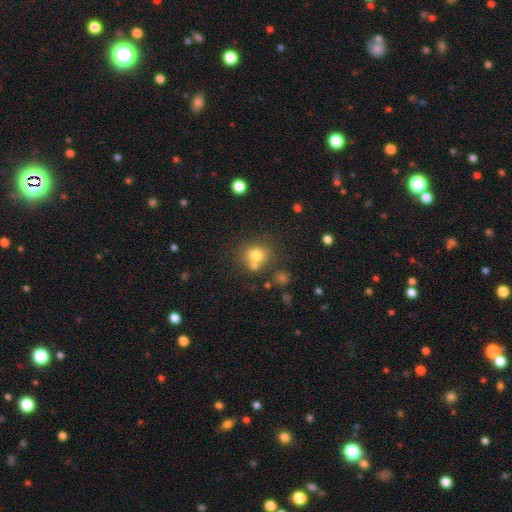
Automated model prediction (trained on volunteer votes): smooth 75%, star or artifact 14%, featured or disk 11%. Down the decision tree: how rounded — round (76%); merging — none (56%).